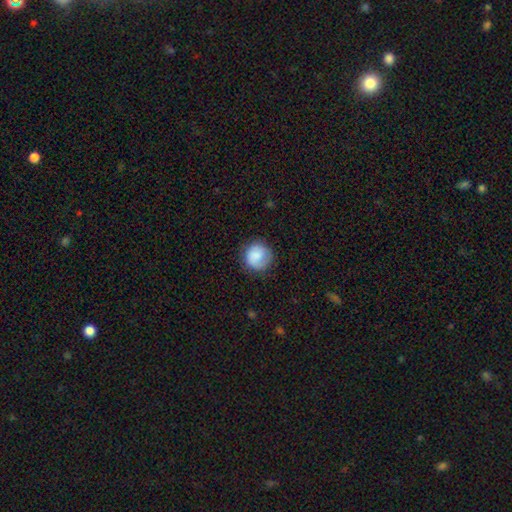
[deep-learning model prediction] Smooth or featured? smooth (81%)
How rounded? round (90%)
Merging? none (75%)